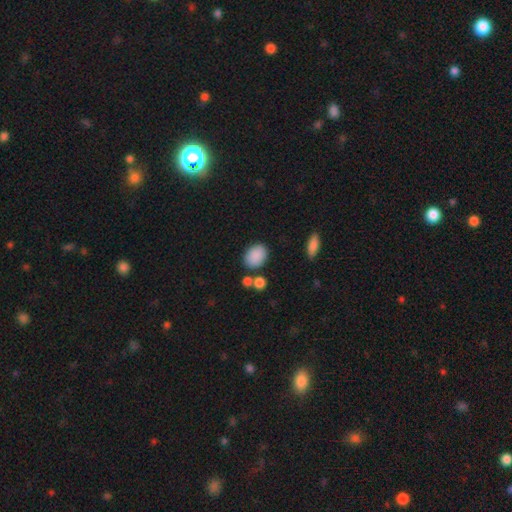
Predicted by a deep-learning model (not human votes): smooth_or_featured: smooth (p=0.88) [alt: star or artifact p=0.08]
how_rounded: in between (p=0.74) [alt: round p=0.24]
merging: none (p=0.76) [alt: minor disturbance p=0.12]